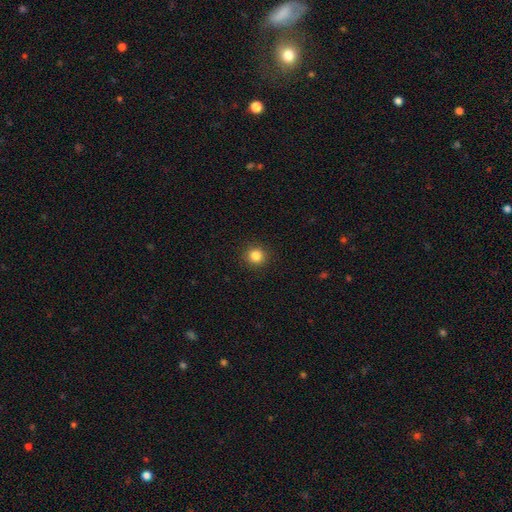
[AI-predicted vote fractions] Smooth or featured? Predicted: smooth (p=0.84). How rounded? Predicted: round (p=0.92). Merging? Predicted: none (p=0.92).